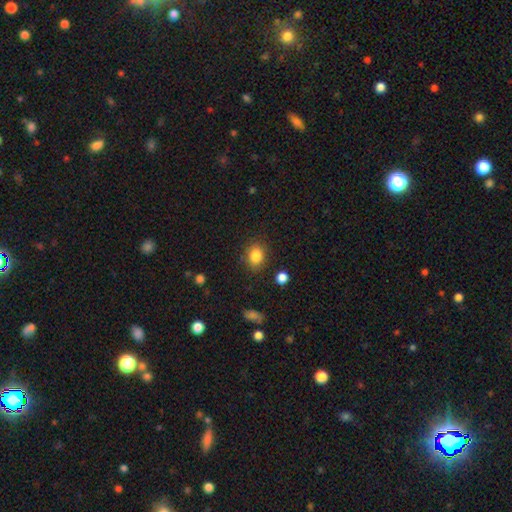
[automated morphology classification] Smooth or featured? smooth (85%)
How rounded? in between (50%)
Merging? none (84%)